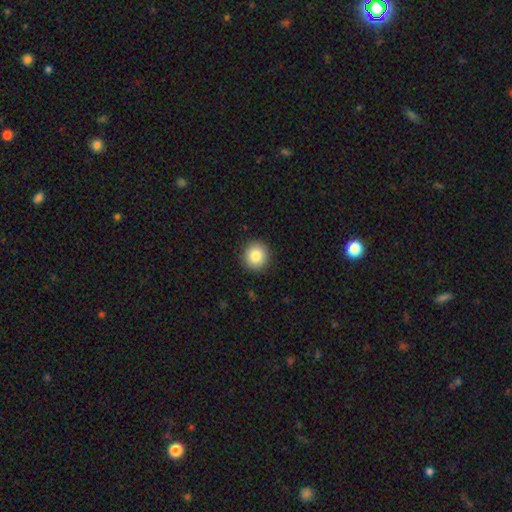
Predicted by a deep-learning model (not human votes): This appears to be a smooth galaxy with no disk features (85%) that is round (91%). Merging: none (91%).